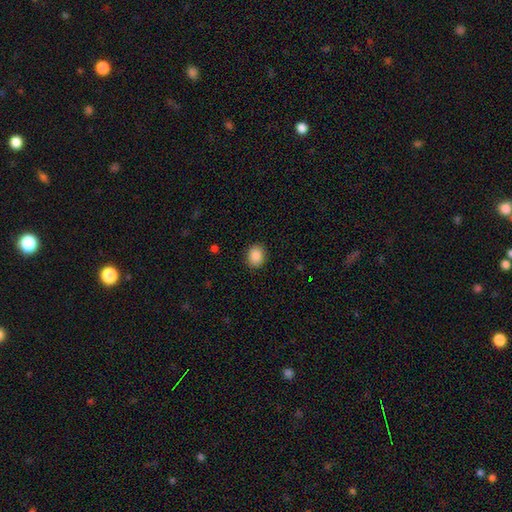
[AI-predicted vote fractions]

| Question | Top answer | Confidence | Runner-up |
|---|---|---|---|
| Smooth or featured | smooth | 89% | star or artifact (8%) |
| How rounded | round | 58% | in between (41%) |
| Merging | none | 89% | minor disturbance (8%) |